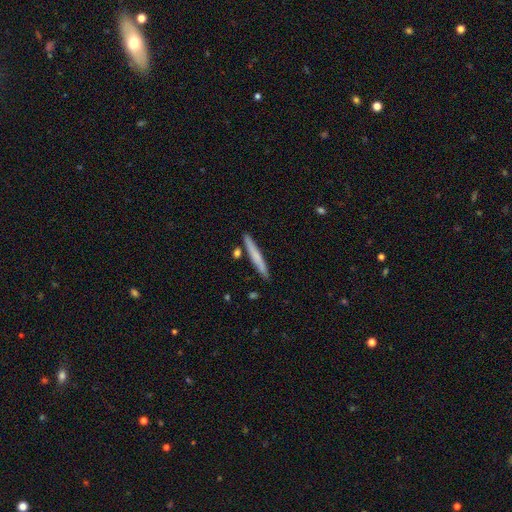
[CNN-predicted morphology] This appears to be a smooth galaxy with no disk features (66%) that is cigar-shaped (96%). Merging: none (87%).